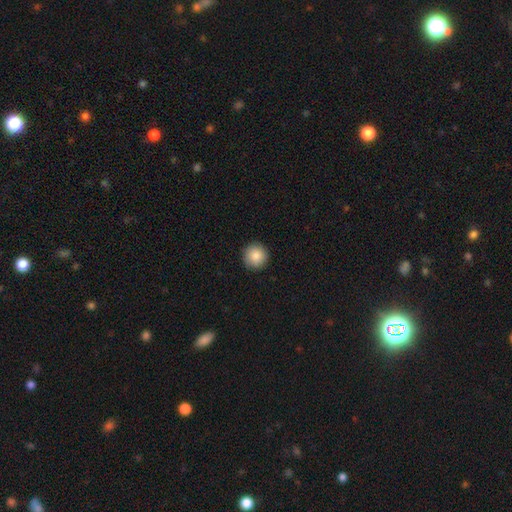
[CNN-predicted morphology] smooth_or_featured: smooth (p=0.86) [alt: star or artifact p=0.08]
how_rounded: round (p=0.95) [alt: in between p=0.04]
merging: none (p=0.91) [alt: minor disturbance p=0.06]